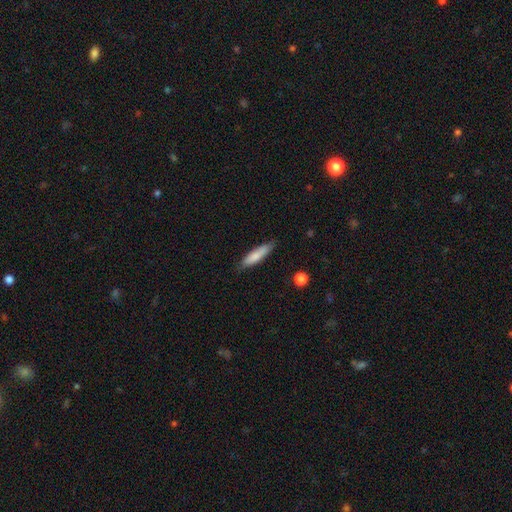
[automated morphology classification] Smooth or featured?
  - smooth: 79% *
  - featured or disk: 15%
  - star or artifact: 6%
How rounded?
  - cigar-shaped: 76% *
  - in between: 22%
  - round: 1%
Merging?
  - none: 80% *
  - minor disturbance: 16%
  - major disturbance: 3%
  - merger: 1%